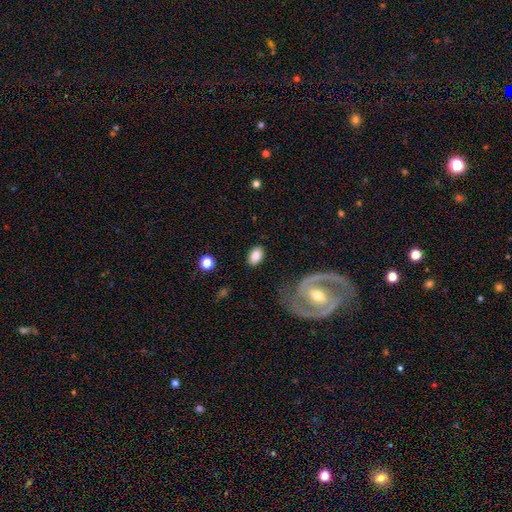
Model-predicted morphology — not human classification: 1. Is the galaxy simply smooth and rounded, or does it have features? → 82% smooth, 11% featured or disk, 7% star or artifact.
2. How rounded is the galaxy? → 91% in between, 8% round, 2% cigar-shaped.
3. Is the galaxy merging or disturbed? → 83% none, 10% minor disturbance, 4% major disturbance, 2% merger.